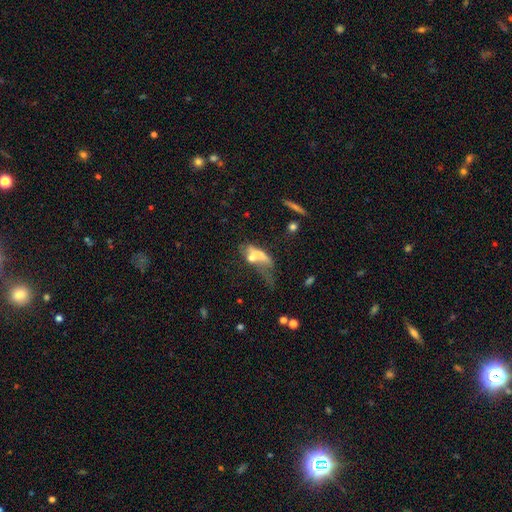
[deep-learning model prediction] This is possibly a smooth galaxy (48%). Merging: marginally major disturbance (41%).